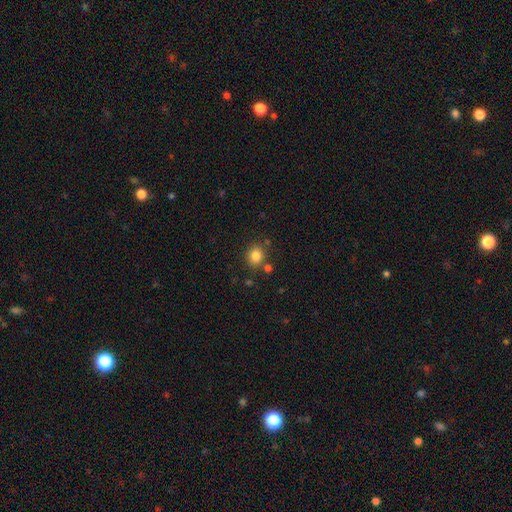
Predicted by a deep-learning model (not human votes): smooth 83%, star or artifact 11%, featured or disk 6%. Down the decision tree: how rounded — round (75%); merging — none (80%).